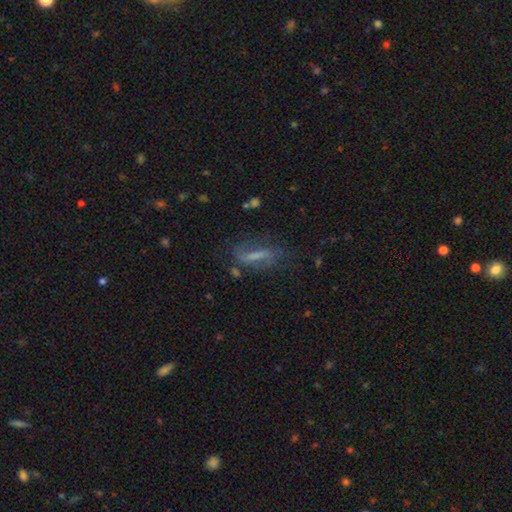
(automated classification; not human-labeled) Overall: featured or disk (47%; smooth 39%). Merging: none (56%; minor disturbance 23%).